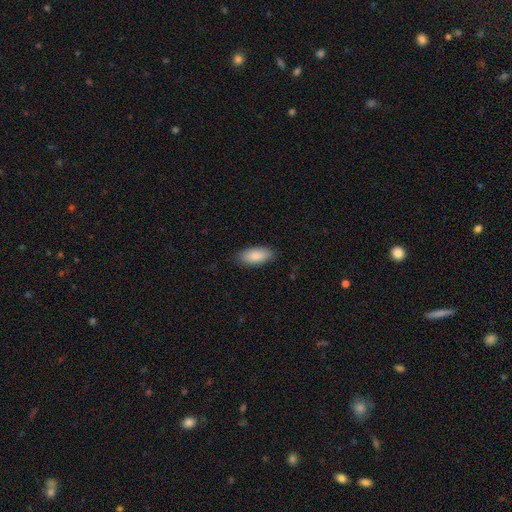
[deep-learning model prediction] Q: Smooth or featured?
A: smooth (88%); runner-up: featured or disk (6%)
Q: How rounded?
A: in between (90%); runner-up: cigar-shaped (9%)
Q: Merging?
A: none (85%); runner-up: minor disturbance (12%)